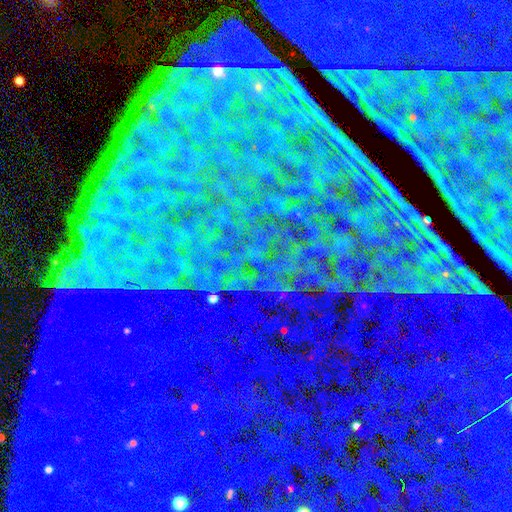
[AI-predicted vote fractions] Smooth or featured: star or artifact — 88% (featured or disk — 6%)